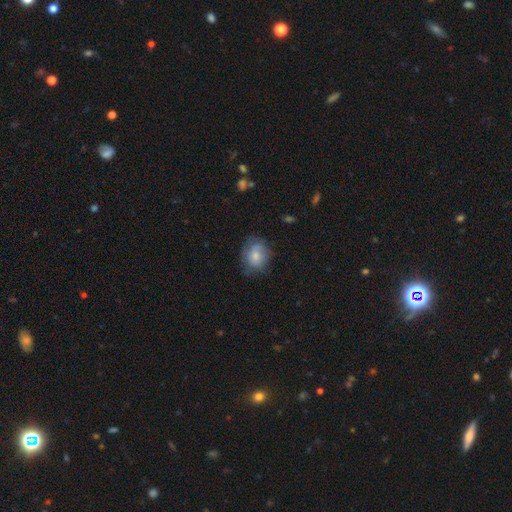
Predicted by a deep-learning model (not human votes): Smooth or featured?
  - smooth: 69% *
  - featured or disk: 23%
  - star or artifact: 8%
How rounded?
  - round: 65% *
  - in between: 34%
  - cigar-shaped: 1%
Merging?
  - none: 66% *
  - minor disturbance: 25%
  - major disturbance: 8%
  - merger: 1%